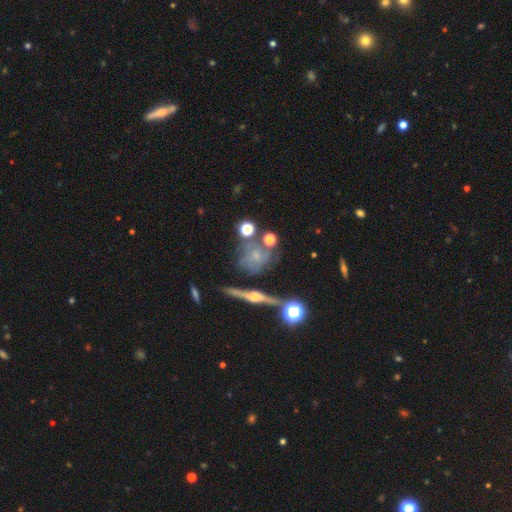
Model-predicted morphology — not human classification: This is possibly a featured or disk galaxy (50%). It is likely not viewed edge-on (67%). Merging: possibly none (53%).